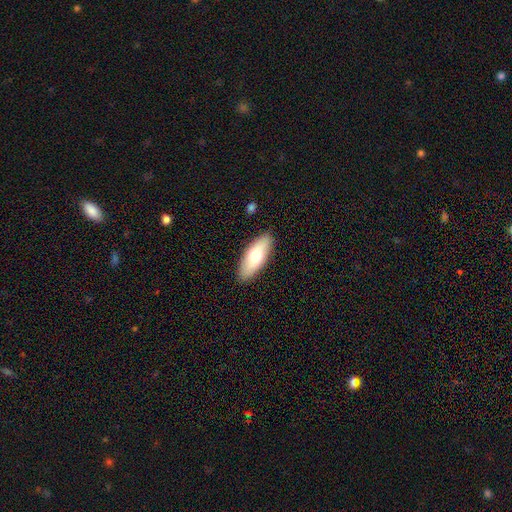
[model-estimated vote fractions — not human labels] Smooth or featured?
  - smooth: 73% *
  - featured or disk: 21%
  - star or artifact: 6%
How rounded?
  - in between: 74% *
  - cigar-shaped: 24%
  - round: 2%
Merging?
  - none: 89% *
  - minor disturbance: 8%
  - major disturbance: 2%
  - merger: 1%